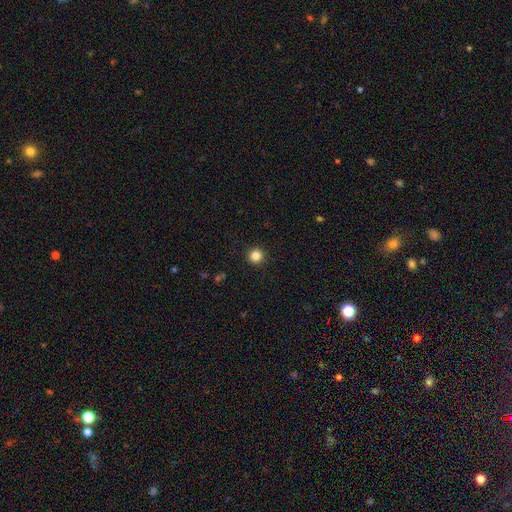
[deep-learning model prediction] Morphology: type=smooth (84%); roundness=round (96%); merging=none (93%).